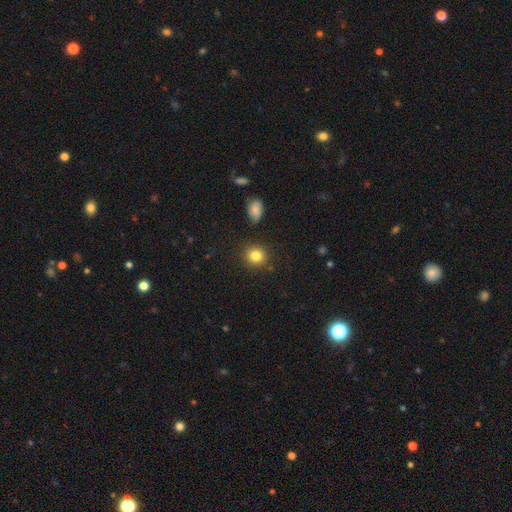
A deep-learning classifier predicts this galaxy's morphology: A smooth galaxy with no disk features (83%) that is round (81%). Merging: none (87%).